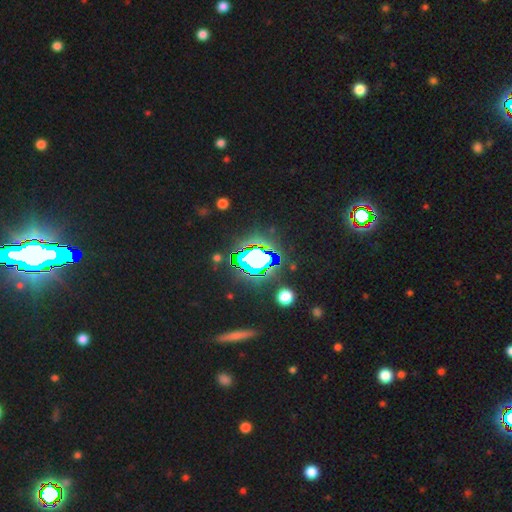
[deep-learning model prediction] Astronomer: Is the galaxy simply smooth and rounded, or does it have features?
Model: star or artifact — 73%.